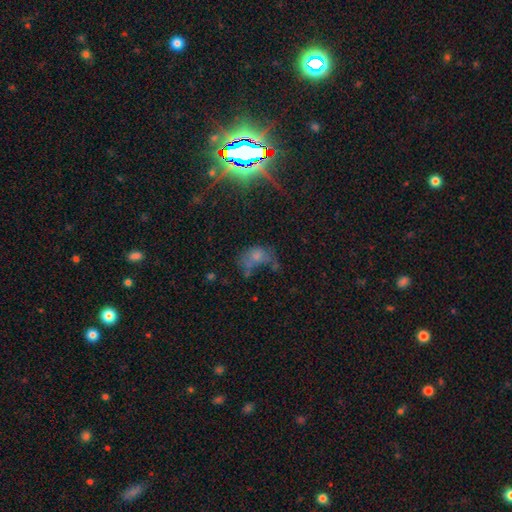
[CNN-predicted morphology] smooth_or_featured: smooth (p=0.46) [alt: star or artifact p=0.31]
merging: major disturbance (p=0.32) [alt: none p=0.29]